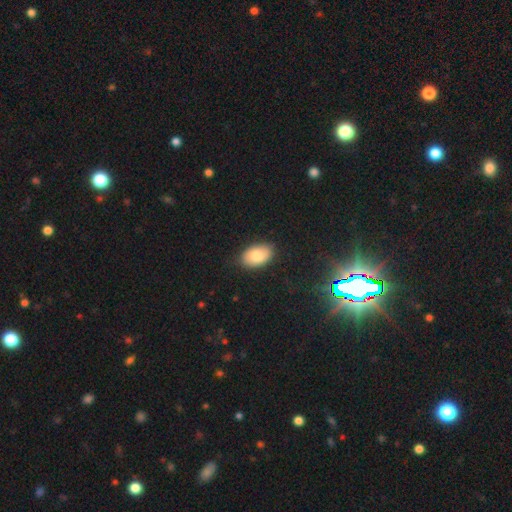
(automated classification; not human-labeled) Q: Smooth or featured?
A: smooth (80%); runner-up: featured or disk (13%)
Q: How rounded?
A: in between (91%); runner-up: round (8%)
Q: Merging?
A: none (84%); runner-up: minor disturbance (12%)